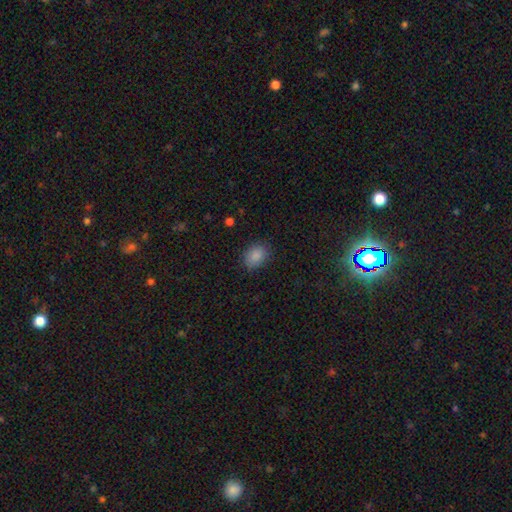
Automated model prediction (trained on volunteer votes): A smooth galaxy with no disk features (86%) that is in between round and cigar-shaped (70%). Merging: none (81%).